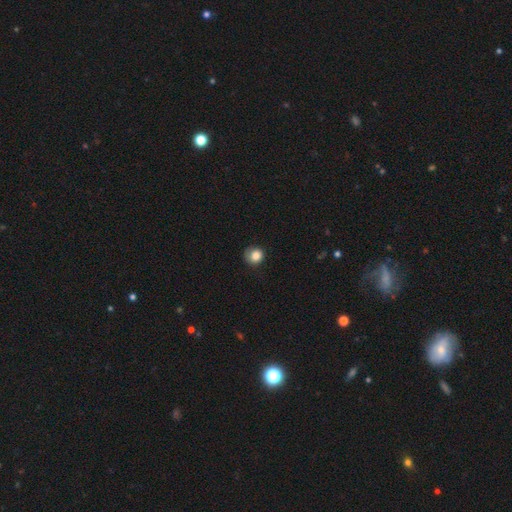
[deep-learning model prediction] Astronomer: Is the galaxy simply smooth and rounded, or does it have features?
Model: smooth — 82%.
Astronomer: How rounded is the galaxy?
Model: round — 85%.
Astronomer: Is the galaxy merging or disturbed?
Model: none — 67%.